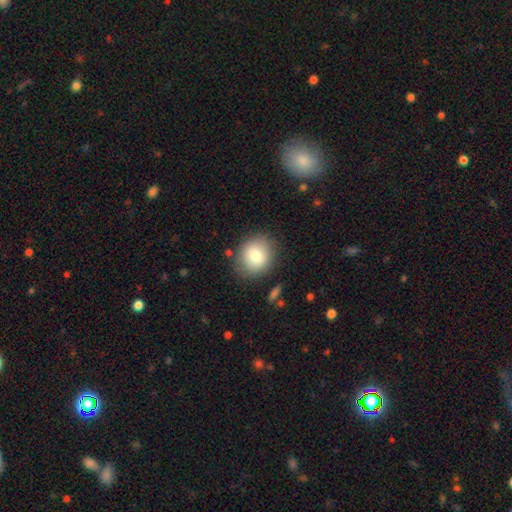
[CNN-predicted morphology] The model was most divided on "how rounded": round: 71%, in between: 28%, cigar-shaped: 1%. More confident: merging — none (83%); smooth or featured — smooth (79%).